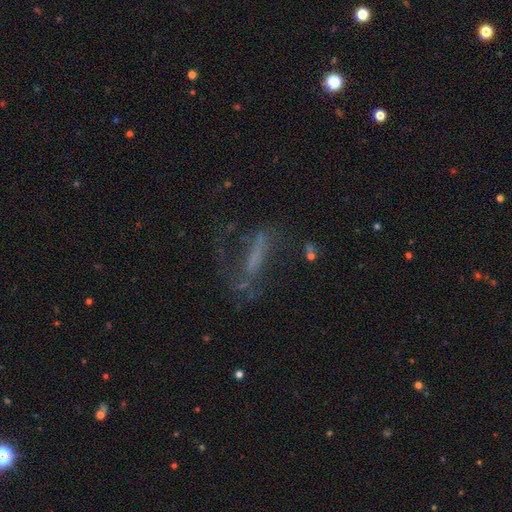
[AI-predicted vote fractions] A featured or disk galaxy (50%). Merging: none (43%).